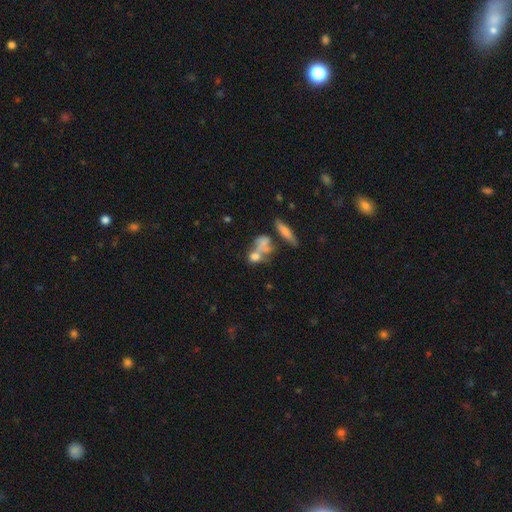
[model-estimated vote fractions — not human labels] Q: Smooth or featured?
A: smooth (63%); runner-up: featured or disk (24%)
Q: How rounded?
A: in between (52%); runner-up: round (39%)
Q: Merging?
A: merger (50%); runner-up: none (30%)